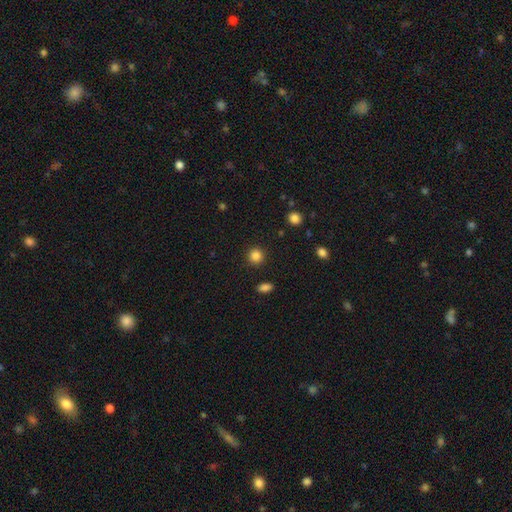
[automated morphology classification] A smooth galaxy with no disk features (86%) that is round (92%). Merging: none (91%).